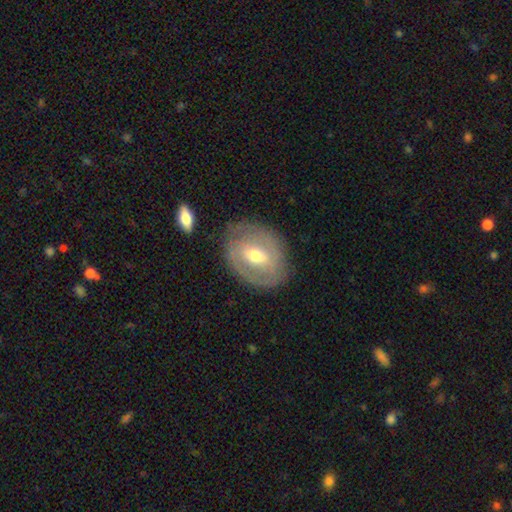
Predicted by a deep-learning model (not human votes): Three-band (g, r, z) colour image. It shows a featured or disk galaxy (62%) with a weak bar (50%), spiral arms (52%) and a moderate central bulge (69%). Merging: none (76%).